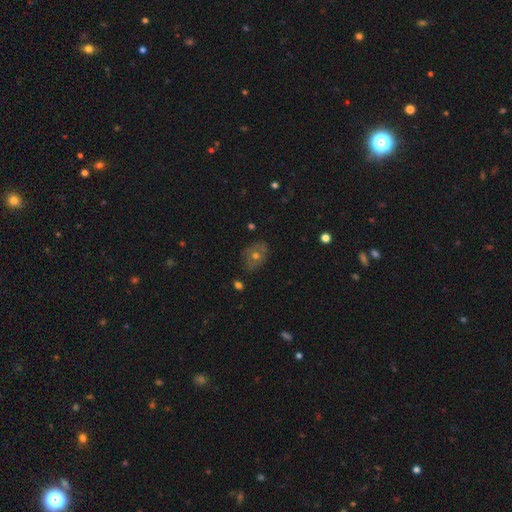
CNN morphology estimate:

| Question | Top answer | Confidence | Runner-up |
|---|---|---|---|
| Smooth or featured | smooth | 45% | featured or disk (37%) |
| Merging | none | 76% | minor disturbance (17%) |